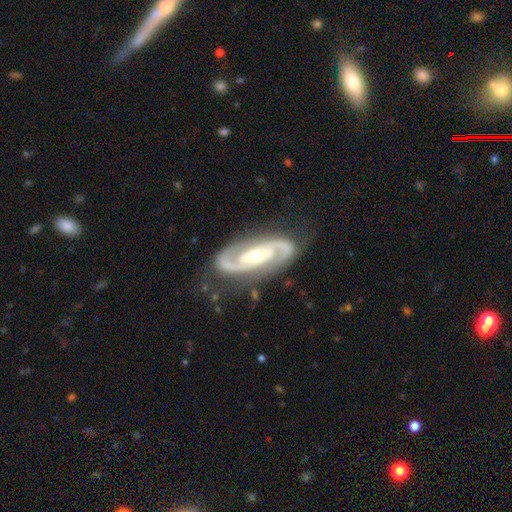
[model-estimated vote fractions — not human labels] This appears to be a featured or disk galaxy (89%) with no bar (40%), 2 (91%) medium (48%) spiral arms (97%) and a moderate central bulge (50%). Merging: none (77%).